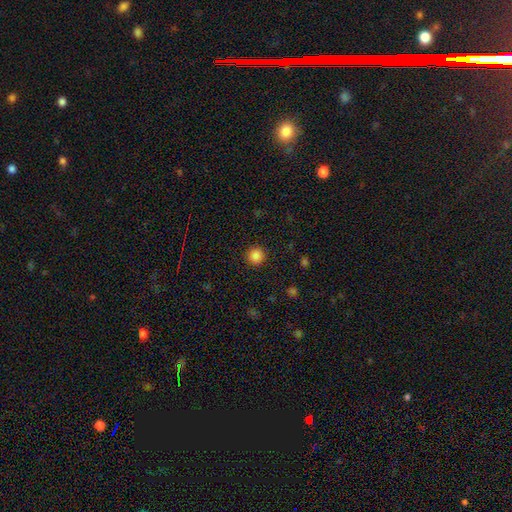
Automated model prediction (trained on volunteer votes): The model was most divided on "smooth or featured": smooth: 86%, star or artifact: 11%, featured or disk: 3%. More confident: how rounded — round (94%); merging — none (91%).